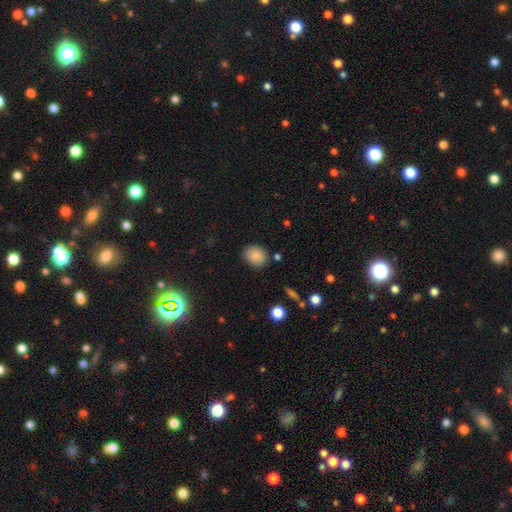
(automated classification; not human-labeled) A smooth galaxy with no disk features (86%) that is round (67%).

Vote fractions:
- Smooth or featured? smooth: 86% / star or artifact: 9% / featured or disk: 5%
- How rounded? round: 67% / in between: 32% / cigar-shaped: 1%
- Merging? none: 81% / minor disturbance: 13% / major disturbance: 3% / merger: 3%